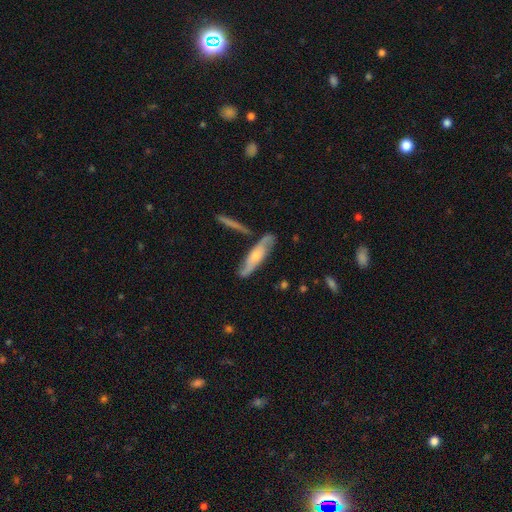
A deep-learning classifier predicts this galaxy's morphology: This is likely a featured or disk galaxy (61%). It is possibly not viewed edge-on (55%). Merging: likely none (71%).